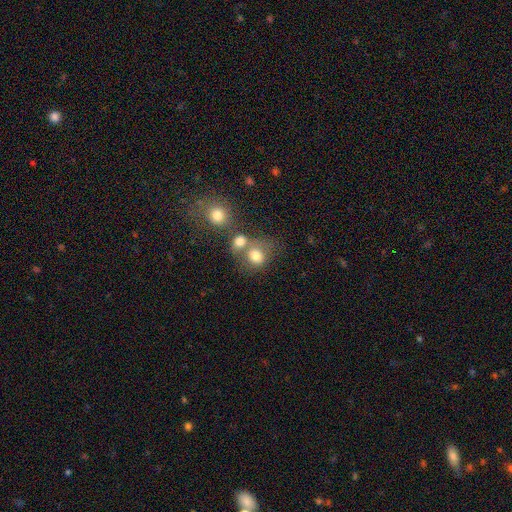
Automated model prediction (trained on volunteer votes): Morphology: type=smooth (76%); roundness=round (73%); merging=merger (44%).